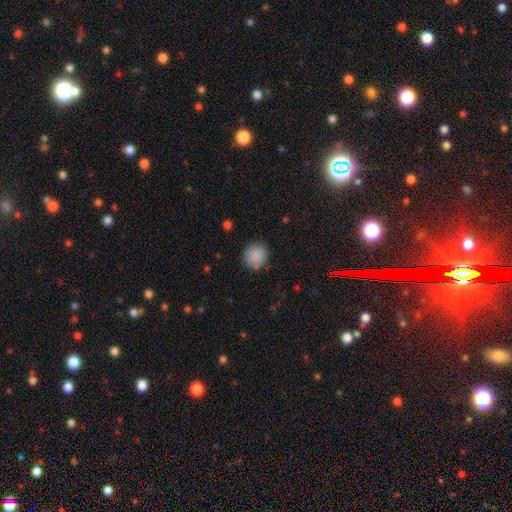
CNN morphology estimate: Smooth or featured? Predicted: smooth (p=0.88). How rounded? Predicted: round (p=0.84). Merging? Predicted: none (p=0.86).